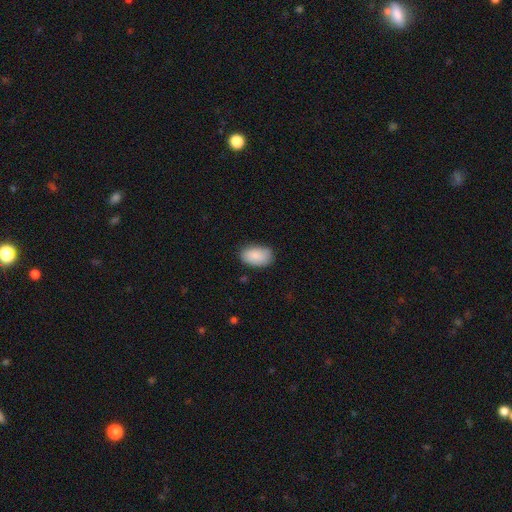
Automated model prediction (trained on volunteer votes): This is clearly a smooth galaxy (89%). How rounded: clearly in between (92%). Merging: likely none (79%).